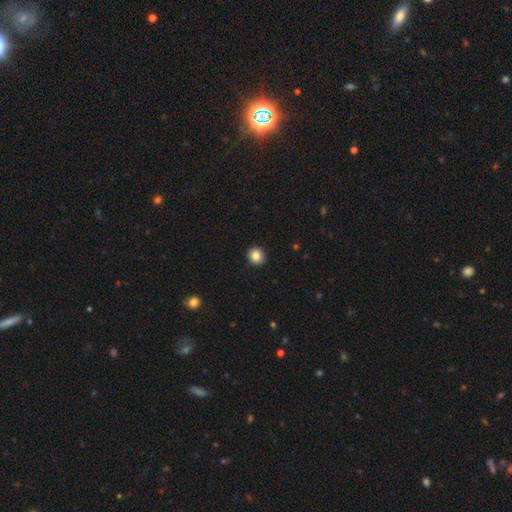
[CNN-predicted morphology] type=smooth (85%); roundness=round (85%); merging=none (91%).